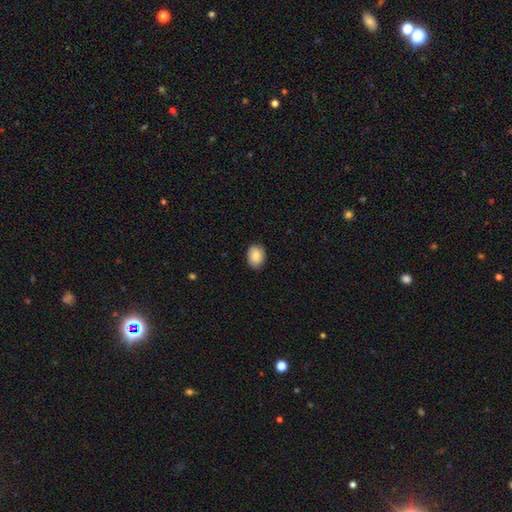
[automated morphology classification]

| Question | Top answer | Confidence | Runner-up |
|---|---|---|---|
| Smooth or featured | smooth | 86% | star or artifact (7%) |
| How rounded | in between | 66% | round (33%) |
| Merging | none | 86% | minor disturbance (11%) |